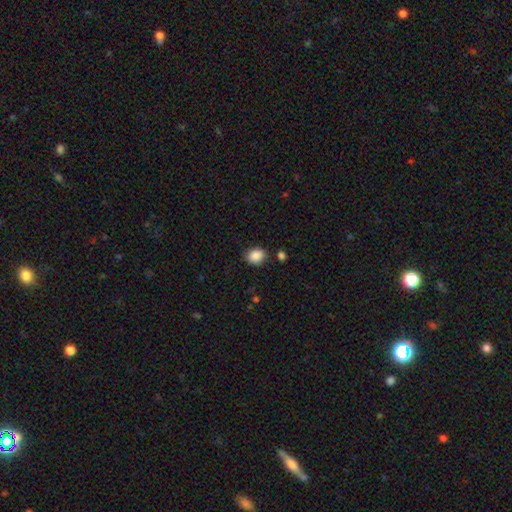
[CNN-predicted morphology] Overall: smooth (88%). How rounded: in between (50%; round 49%). Merging: none (81%).